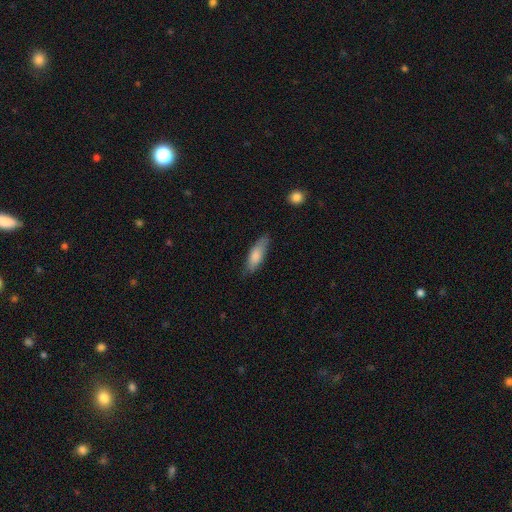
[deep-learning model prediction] The model was most divided on "how rounded": in between: 54%, cigar-shaped: 45%, round: 2%. More confident: smooth or featured — smooth (80%); merging — none (76%).